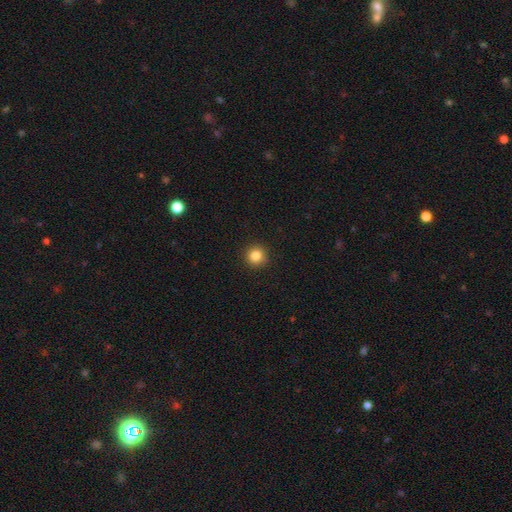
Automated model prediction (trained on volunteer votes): smooth 84%, star or artifact 11%, featured or disk 5%. Down the decision tree: how rounded — round (95%); merging — none (92%).